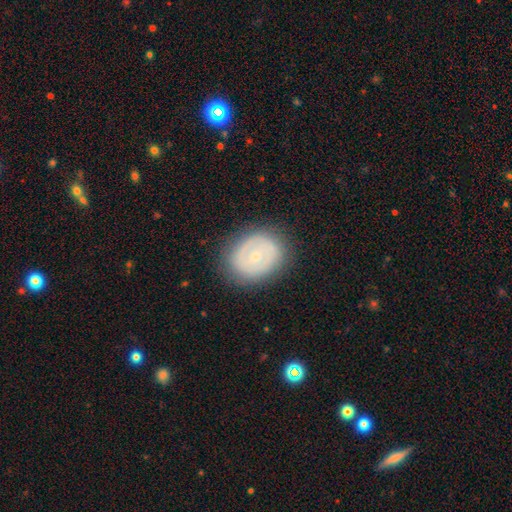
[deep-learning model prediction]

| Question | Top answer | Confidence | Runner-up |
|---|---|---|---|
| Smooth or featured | featured or disk | 48% | smooth (45%) |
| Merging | none | 82% | minor disturbance (12%) |